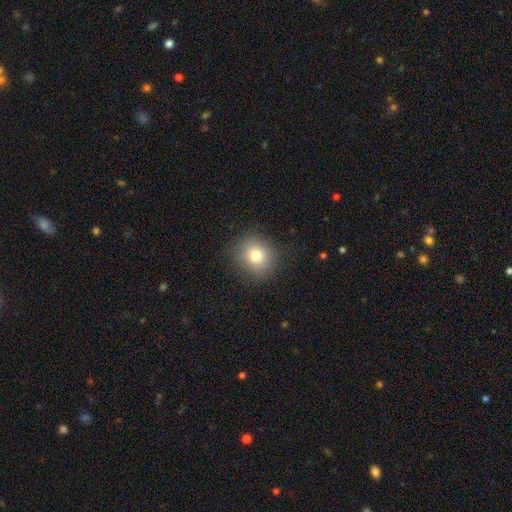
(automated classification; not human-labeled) smooth 79%, star or artifact 11%, featured or disk 10%. Down the decision tree: how rounded — round (83%); merging — none (86%).